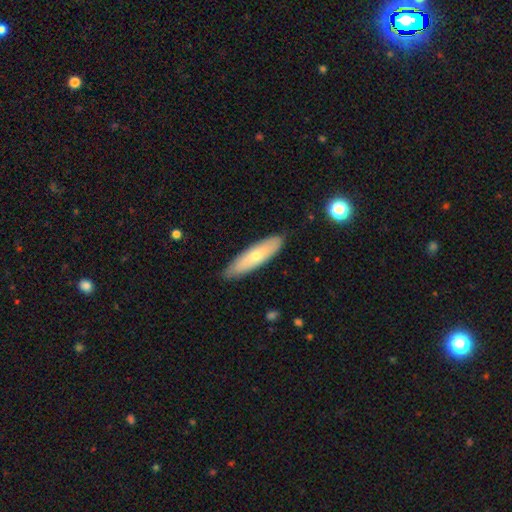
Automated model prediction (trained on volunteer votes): Smooth or featured? Predicted: smooth (p=0.58). How rounded? Predicted: cigar-shaped (p=0.70). Merging? Predicted: none (p=0.86).